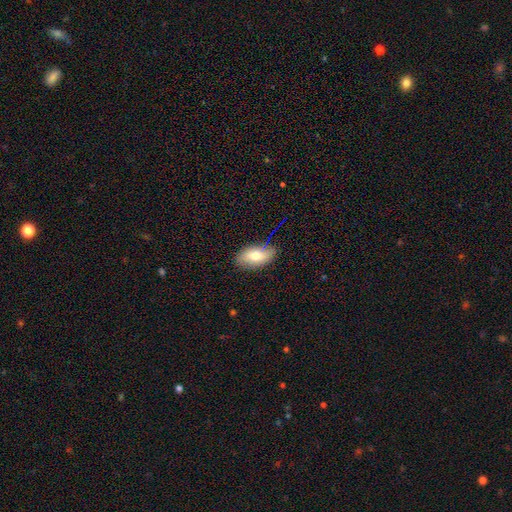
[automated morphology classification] This is likely a smooth galaxy (66%). How rounded: clearly in between (91%). Merging: clearly none (80%).